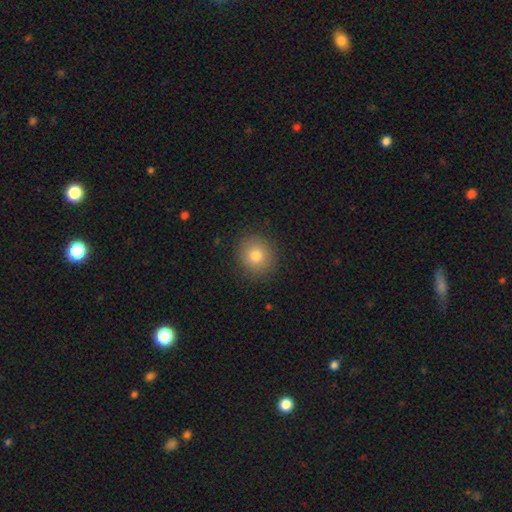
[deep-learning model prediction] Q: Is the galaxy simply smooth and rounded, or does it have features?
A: smooth — 80%.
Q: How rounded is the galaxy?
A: round — 87%.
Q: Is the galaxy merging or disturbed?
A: none — 90%.